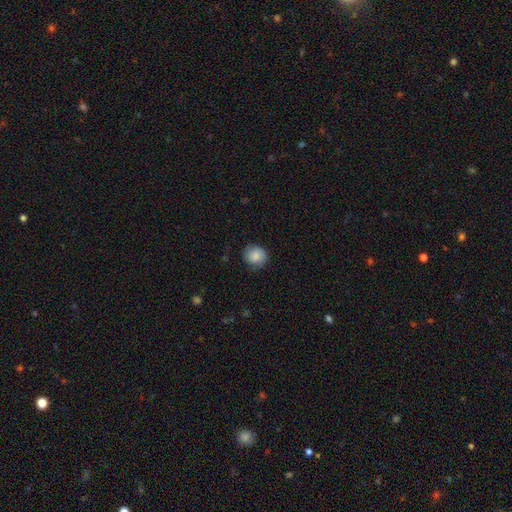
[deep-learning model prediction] smooth_or_featured: smooth (p=0.83) [alt: featured or disk p=0.09]
how_rounded: round (p=0.84) [alt: in between p=0.15]
merging: none (p=0.80) [alt: minor disturbance p=0.16]